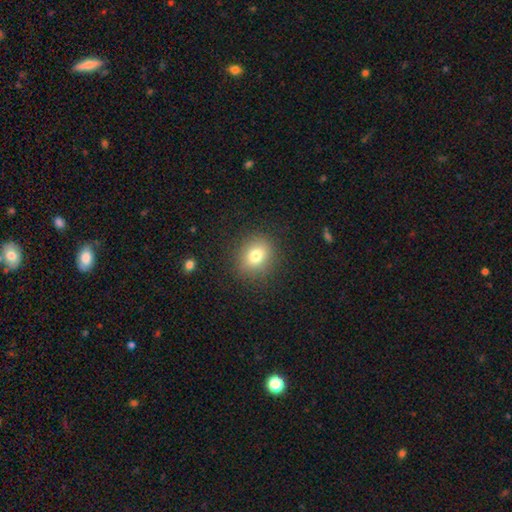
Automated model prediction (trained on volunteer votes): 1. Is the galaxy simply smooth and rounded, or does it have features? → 78% smooth, 12% star or artifact, 10% featured or disk.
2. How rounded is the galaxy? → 66% round, 33% in between, 1% cigar-shaped.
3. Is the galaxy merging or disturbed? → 87% none, 9% minor disturbance, 3% major disturbance, 1% merger.